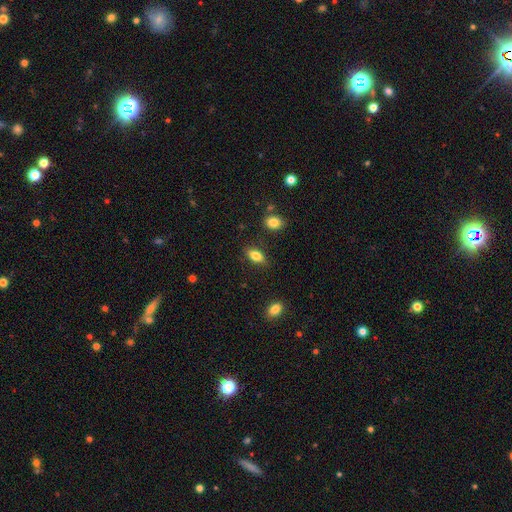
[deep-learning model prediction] Smooth or featured?
  - smooth: 80% *
  - featured or disk: 12%
  - star or artifact: 8%
How rounded?
  - in between: 86% *
  - cigar-shaped: 8%
  - round: 6%
Merging?
  - none: 83% *
  - minor disturbance: 12%
  - major disturbance: 3%
  - merger: 2%